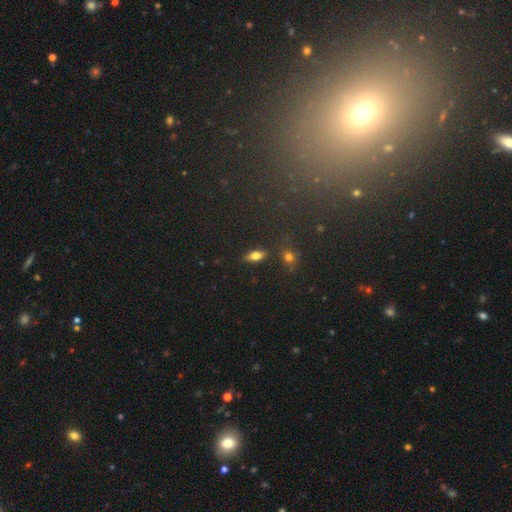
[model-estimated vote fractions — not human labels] smooth 72%, featured or disk 18%, star or artifact 10%. Down the decision tree: how rounded — in between (81%); merging — none (84%).